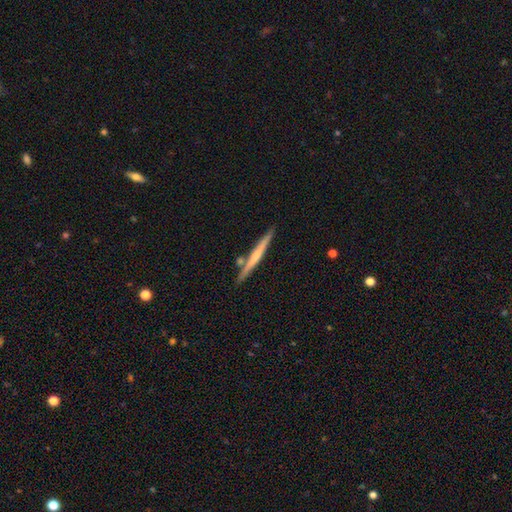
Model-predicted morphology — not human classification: A featured or disk galaxy (51%) viewed edge-on (97%).

Vote fractions:
- Smooth or featured? featured or disk: 51% / smooth: 43% / star or artifact: 6%
- Edge-on disk? yes: 97% / no: 3%
- Merging? none: 81% / minor disturbance: 9% / merger: 8% / major disturbance: 2%